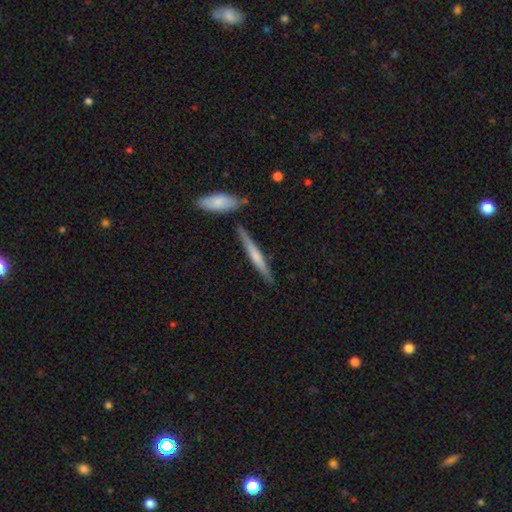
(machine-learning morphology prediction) Smooth or featured? smooth (55%)
How rounded? cigar-shaped (94%)
Merging? none (81%)